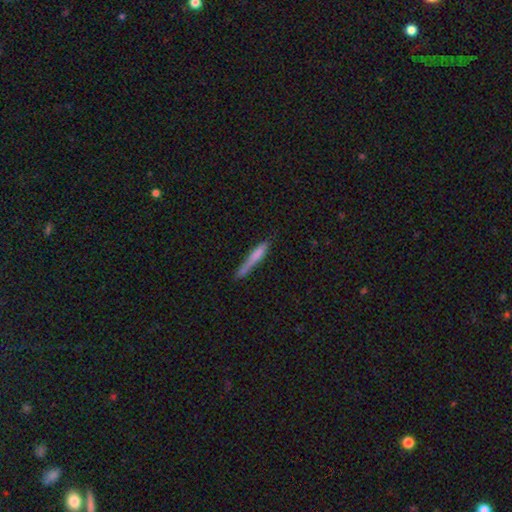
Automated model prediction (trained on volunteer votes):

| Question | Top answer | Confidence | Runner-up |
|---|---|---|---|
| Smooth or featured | smooth | 70% | featured or disk (24%) |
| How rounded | cigar-shaped | 93% | in between (5%) |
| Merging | none | 64% | minor disturbance (24%) |